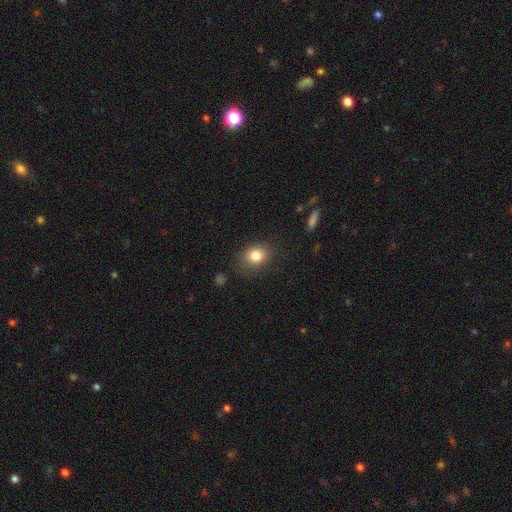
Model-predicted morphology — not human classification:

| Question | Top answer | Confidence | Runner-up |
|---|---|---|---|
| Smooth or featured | smooth | 82% | star or artifact (10%) |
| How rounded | round | 52% | in between (47%) |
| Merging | none | 79% | minor disturbance (15%) |